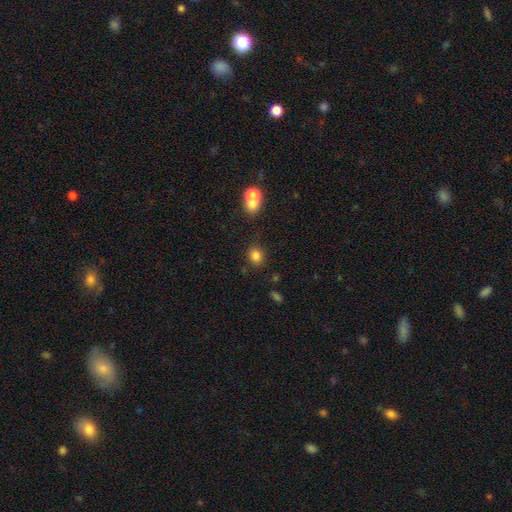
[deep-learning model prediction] The model was most divided on "how rounded": round: 69%, in between: 30%, cigar-shaped: 1%. More confident: smooth or featured — smooth (82%); merging — none (78%).